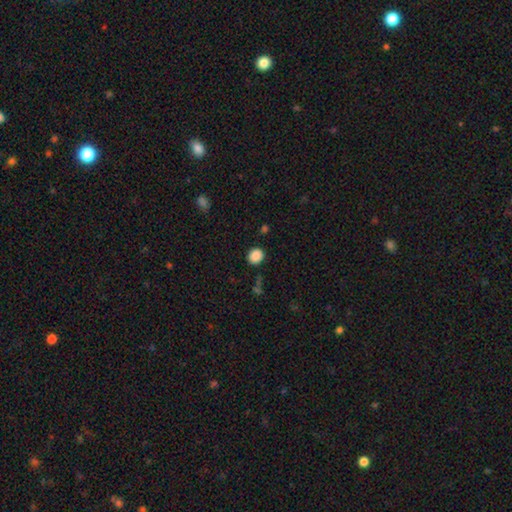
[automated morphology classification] This is clearly a smooth galaxy (88%). How rounded: likely round (80%). Merging: clearly none (87%).